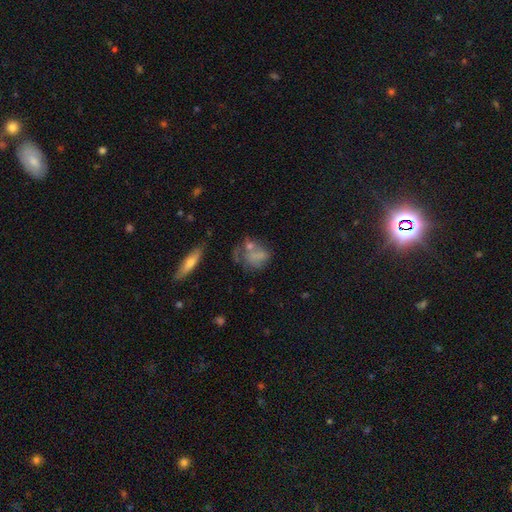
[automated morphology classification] Overall: smooth (58%; featured or disk 30%). How rounded: in between (53%; round 43%). Merging: none (33%; major disturbance 27%).